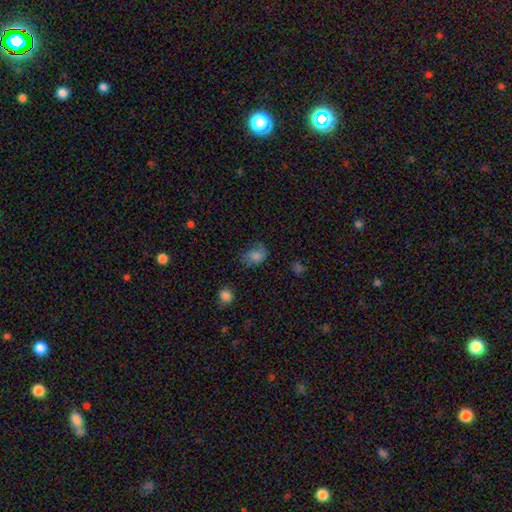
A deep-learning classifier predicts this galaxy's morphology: Smooth or featured: smooth — 76% (featured or disk — 13%)
How rounded: in between — 68% (round — 31%)
Merging: none — 53% (minor disturbance — 30%)